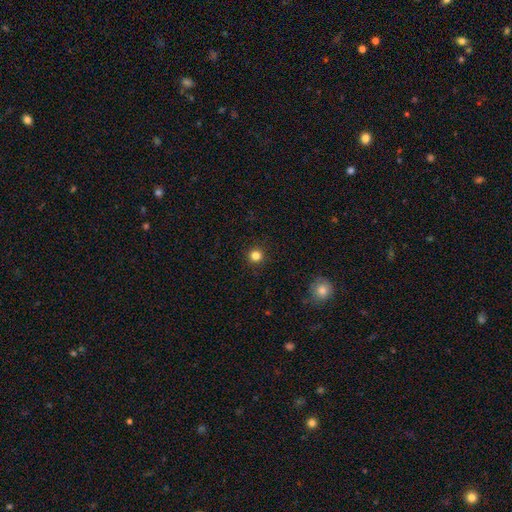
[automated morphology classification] Smooth or featured? Predicted: smooth (p=0.82). How rounded? Predicted: round (p=0.95). Merging? Predicted: none (p=0.92).